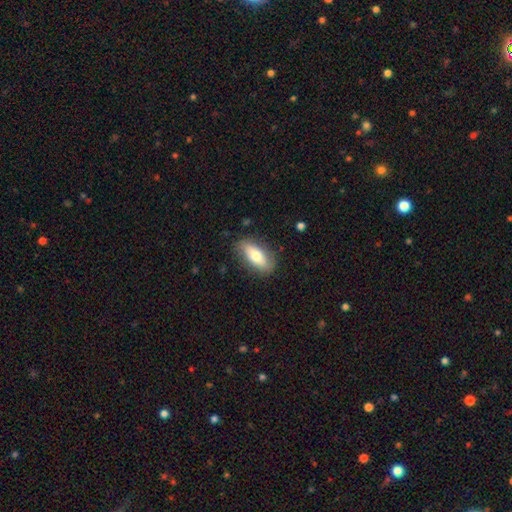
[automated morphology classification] Smooth or featured? smooth (67%)
How rounded? in between (83%)
Merging? none (82%)